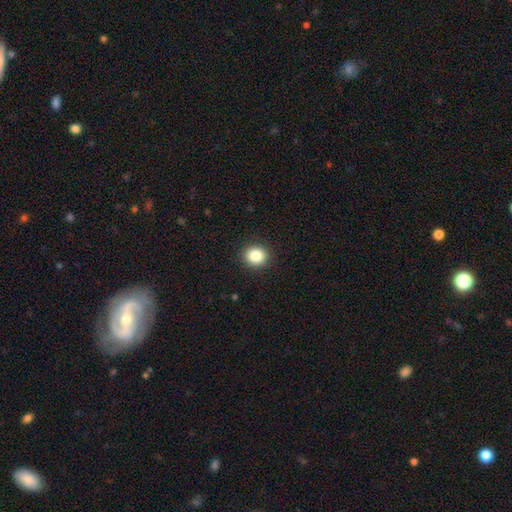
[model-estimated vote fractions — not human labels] Smooth or featured: smooth — 85% (star or artifact — 10%)
How rounded: round — 83% (in between — 16%)
Merging: none — 92% (minor disturbance — 6%)